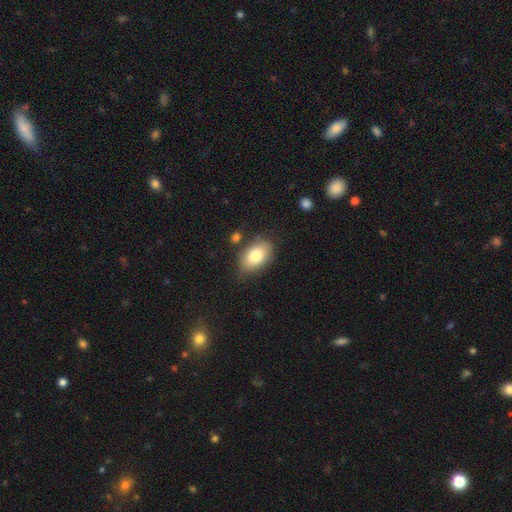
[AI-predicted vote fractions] Q: Smooth or featured?
A: smooth (80%); runner-up: featured or disk (13%)
Q: How rounded?
A: in between (88%); runner-up: round (11%)
Q: Merging?
A: none (75%); runner-up: minor disturbance (17%)